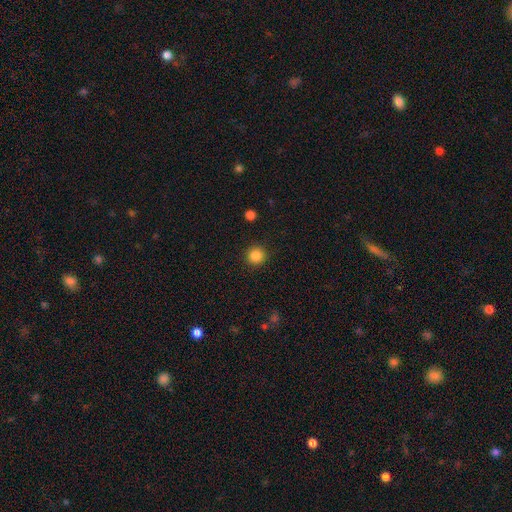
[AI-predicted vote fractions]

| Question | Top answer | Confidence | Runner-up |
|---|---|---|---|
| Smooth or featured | smooth | 86% | star or artifact (11%) |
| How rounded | round | 94% | in between (5%) |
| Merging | none | 91% | minor disturbance (5%) |